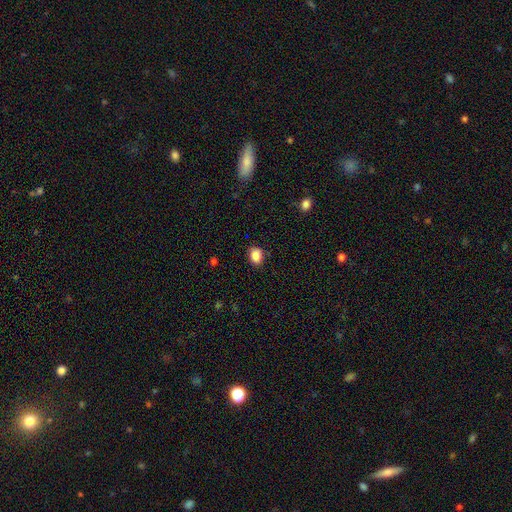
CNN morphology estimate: This is clearly a smooth galaxy (87%). How rounded: likely in between (61%). Merging: clearly none (84%).